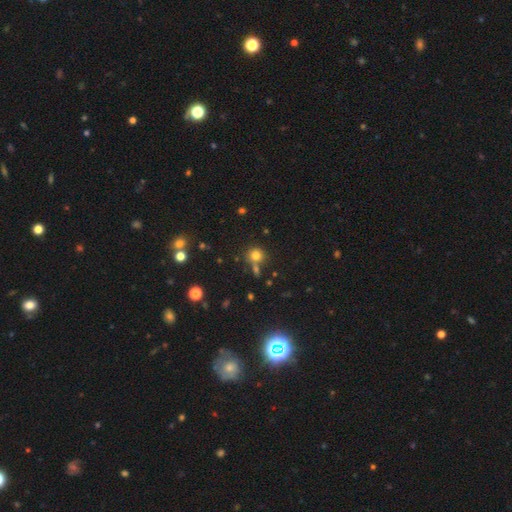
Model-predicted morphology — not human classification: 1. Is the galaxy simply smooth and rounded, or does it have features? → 76% smooth, 16% star or artifact, 8% featured or disk.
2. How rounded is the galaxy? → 88% round, 11% in between, 1% cigar-shaped.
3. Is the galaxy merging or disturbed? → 67% none, 18% merger, 11% minor disturbance, 4% major disturbance.